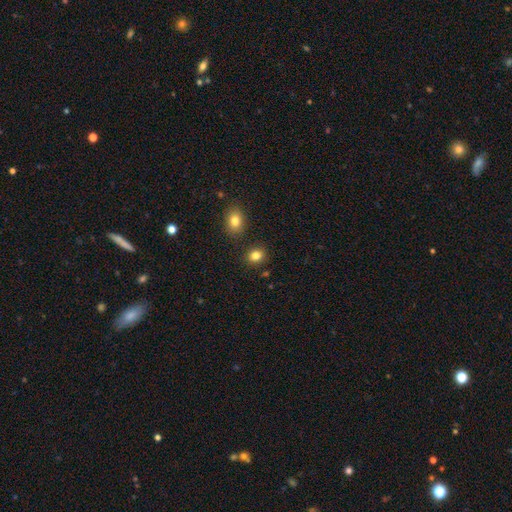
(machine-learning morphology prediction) Smooth or featured? Predicted: smooth (p=0.84). How rounded? Predicted: round (p=0.63). Merging? Predicted: none (p=0.86).